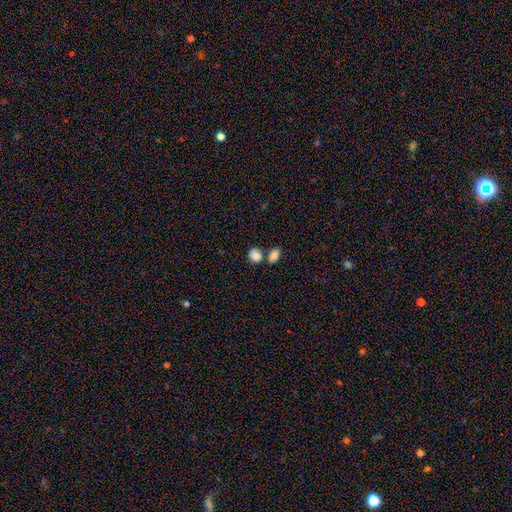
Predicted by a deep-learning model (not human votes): The model was most divided on "how rounded": in between: 56%, round: 43%, cigar-shaped: 1%. More confident: smooth or featured — smooth (87%); merging — none (55%).